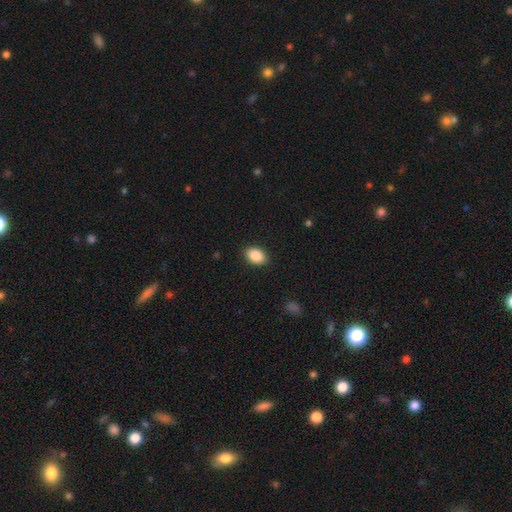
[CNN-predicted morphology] smooth_or_featured: smooth (p=0.88) [alt: star or artifact p=0.07]
how_rounded: in between (p=0.86) [alt: round p=0.13]
merging: none (p=0.89) [alt: minor disturbance p=0.08]